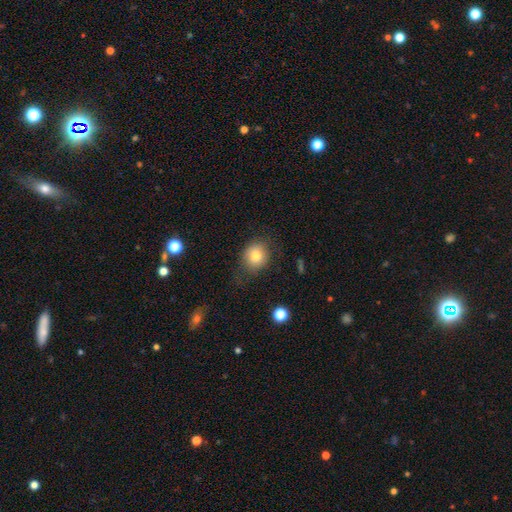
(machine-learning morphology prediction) The model was most divided on "how rounded": round: 70%, in between: 29%, cigar-shaped: 1%. More confident: smooth or featured — smooth (78%); merging — none (70%).